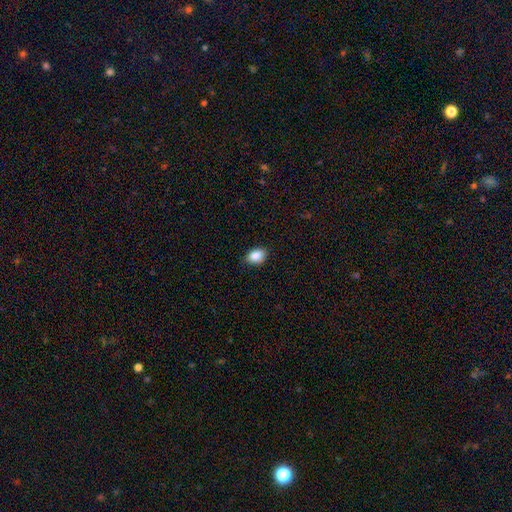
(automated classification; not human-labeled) smooth_or_featured: smooth (p=0.88) [alt: star or artifact p=0.08]
how_rounded: in between (p=0.79) [alt: round p=0.20]
merging: none (p=0.83) [alt: minor disturbance p=0.14]